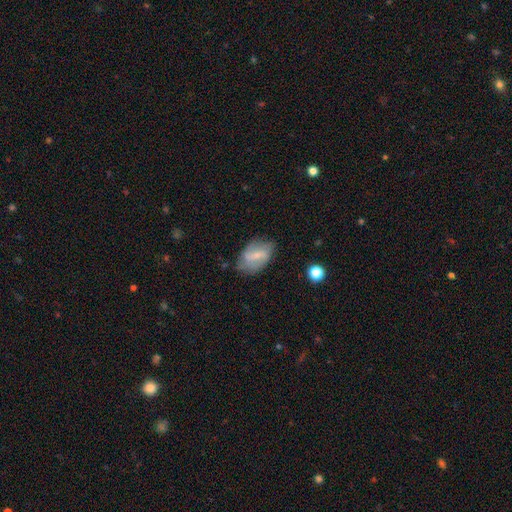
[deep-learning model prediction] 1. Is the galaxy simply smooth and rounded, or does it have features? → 53% featured or disk, 40% smooth, 8% star or artifact.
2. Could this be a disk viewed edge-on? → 95% no, 5% yes.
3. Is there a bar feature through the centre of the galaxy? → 49% weak, 35% strong, 17% no.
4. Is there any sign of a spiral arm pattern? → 73% yes, 27% no.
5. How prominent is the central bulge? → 54% small, 26% moderate, 17% none, 2% large, 1% dominant.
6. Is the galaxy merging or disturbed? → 65% none, 26% minor disturbance, 7% major disturbance, 2% merger.